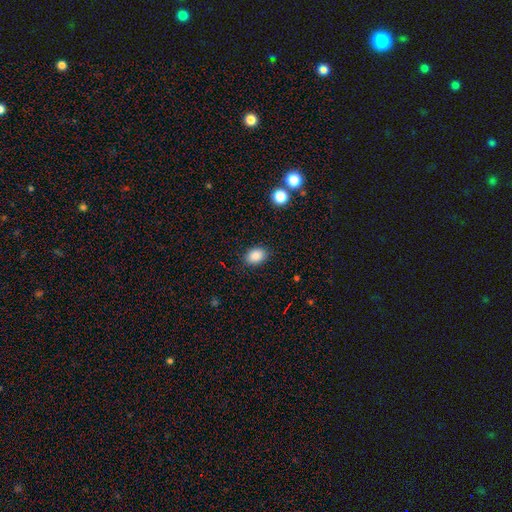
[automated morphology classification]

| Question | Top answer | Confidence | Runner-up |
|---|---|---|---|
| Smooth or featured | smooth | 88% | star or artifact (9%) |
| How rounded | in between | 71% | round (28%) |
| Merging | none | 87% | minor disturbance (9%) |